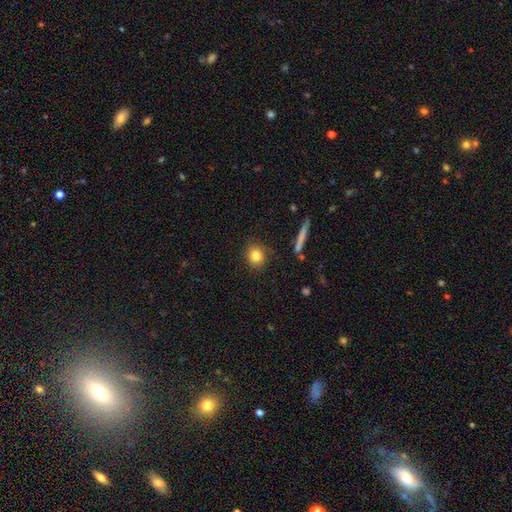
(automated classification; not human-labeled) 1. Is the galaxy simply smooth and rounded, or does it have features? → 82% smooth, 10% star or artifact, 8% featured or disk.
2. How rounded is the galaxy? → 79% round, 19% in between, 2% cigar-shaped.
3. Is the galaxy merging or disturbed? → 86% none, 9% minor disturbance, 3% major disturbance, 2% merger.